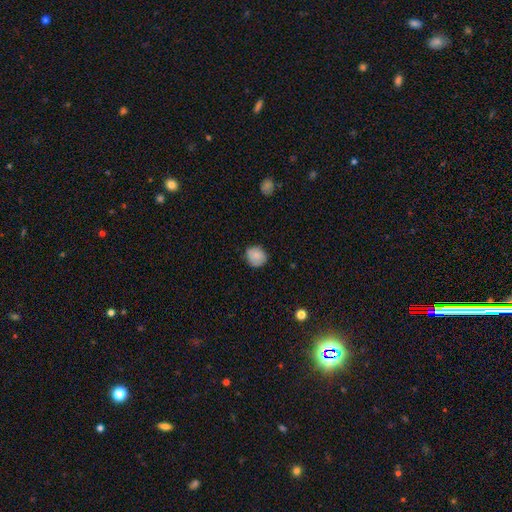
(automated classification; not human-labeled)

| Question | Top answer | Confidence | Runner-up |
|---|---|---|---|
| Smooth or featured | smooth | 85% | star or artifact (8%) |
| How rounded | round | 86% | in between (13%) |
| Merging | none | 83% | minor disturbance (14%) |